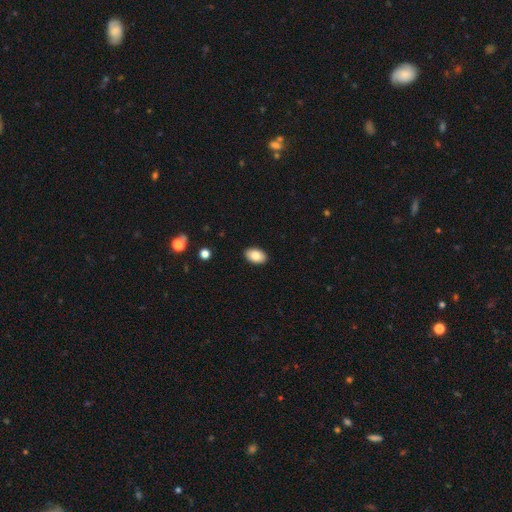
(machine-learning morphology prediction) A smooth galaxy with no disk features (85%) that is in between round and cigar-shaped (91%). Merging: none (90%).